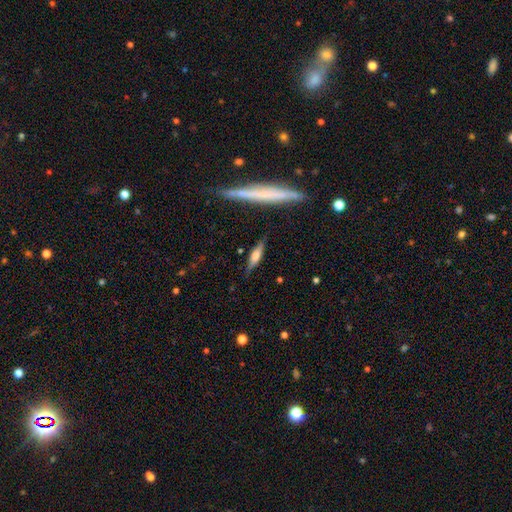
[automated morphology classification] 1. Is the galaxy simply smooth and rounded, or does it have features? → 47% smooth, 46% featured or disk, 7% star or artifact.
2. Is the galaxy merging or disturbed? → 81% none, 14% minor disturbance, 3% major disturbance, 2% merger.